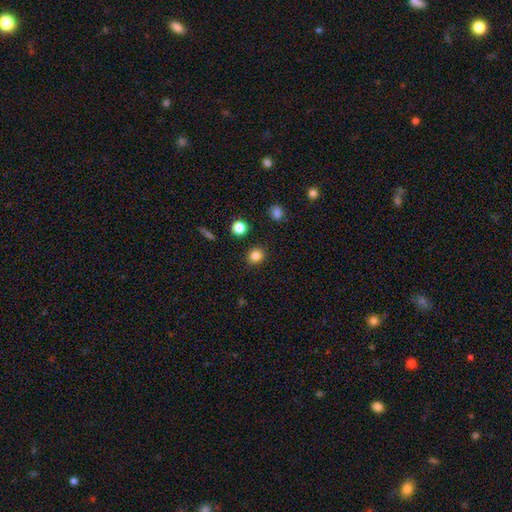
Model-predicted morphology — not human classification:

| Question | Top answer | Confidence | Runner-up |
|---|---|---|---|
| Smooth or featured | smooth | 83% | star or artifact (11%) |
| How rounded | round | 79% | in between (20%) |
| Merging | none | 90% | minor disturbance (6%) |